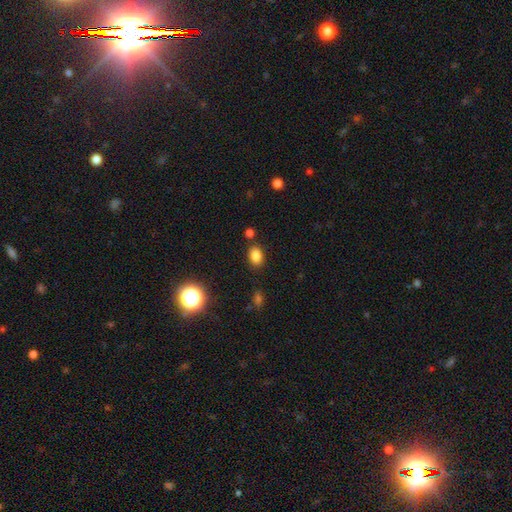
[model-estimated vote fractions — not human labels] The model was most divided on "how rounded": in between: 75%, round: 24%, cigar-shaped: 1%. More confident: smooth or featured — smooth (83%); merging — none (79%).